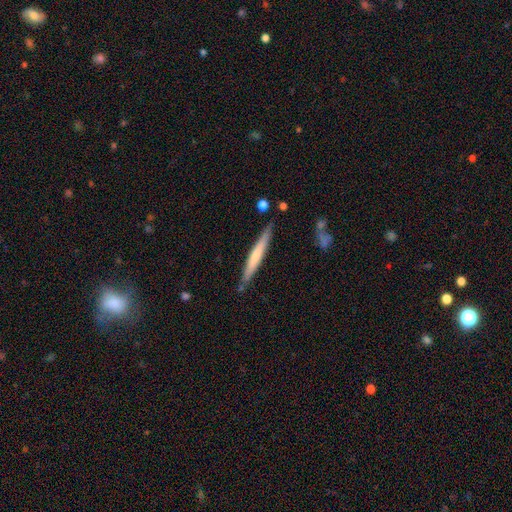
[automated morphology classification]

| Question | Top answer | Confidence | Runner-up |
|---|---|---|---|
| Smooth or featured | smooth | 55% | featured or disk (39%) |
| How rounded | cigar-shaped | 96% | in between (3%) |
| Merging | none | 84% | minor disturbance (12%) |